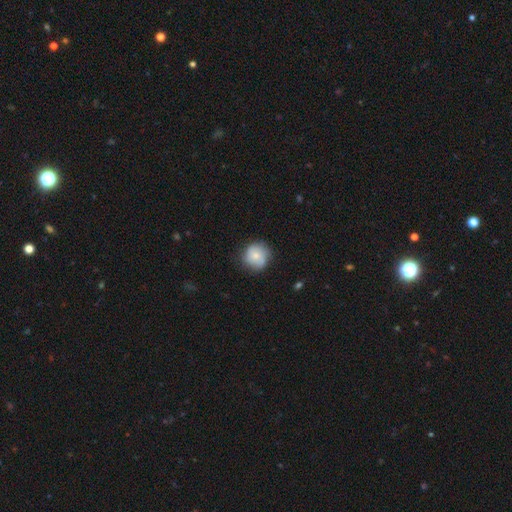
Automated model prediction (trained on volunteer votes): Smooth or featured: smooth — 69% (featured or disk — 23%)
How rounded: round — 90% (in between — 9%)
Merging: none — 71% (minor disturbance — 22%)